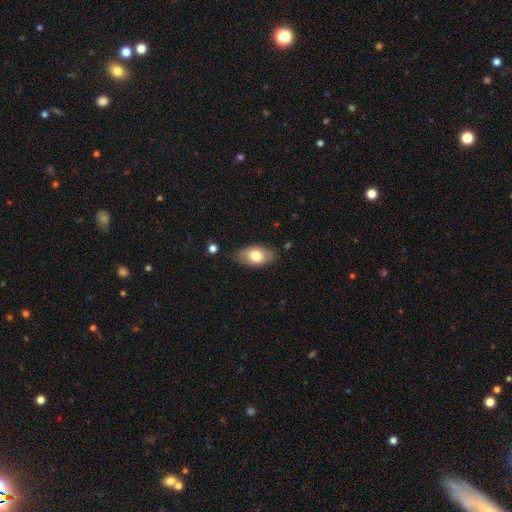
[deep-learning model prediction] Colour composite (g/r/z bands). It shows a smooth galaxy with no disk features (78%) that is in between round and cigar-shaped (92%). Merging: none (79%).